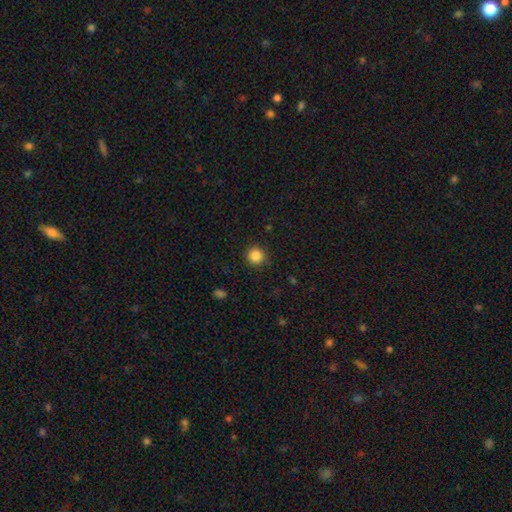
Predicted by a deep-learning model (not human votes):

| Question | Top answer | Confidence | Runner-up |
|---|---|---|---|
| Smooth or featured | smooth | 85% | star or artifact (11%) |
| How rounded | round | 95% | in between (4%) |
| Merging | none | 91% | minor disturbance (6%) |